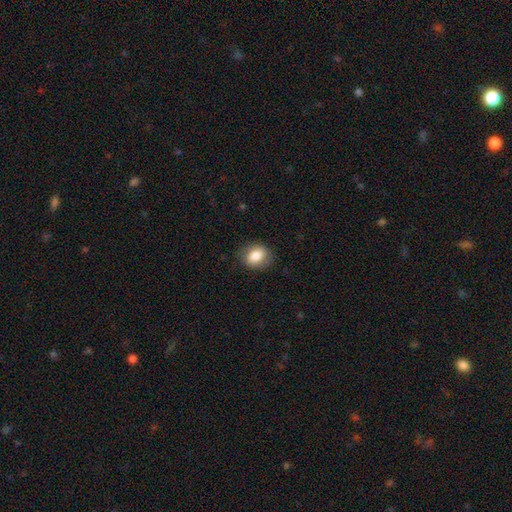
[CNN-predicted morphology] smooth-or-featured: smooth: 80% | featured or disk: 12% | star or artifact: 8%
  how-rounded: in between: 53% | round: 46% | cigar-shaped: 1%
  merging: none: 79% | minor disturbance: 15% | major disturbance: 5% | merger: 1%